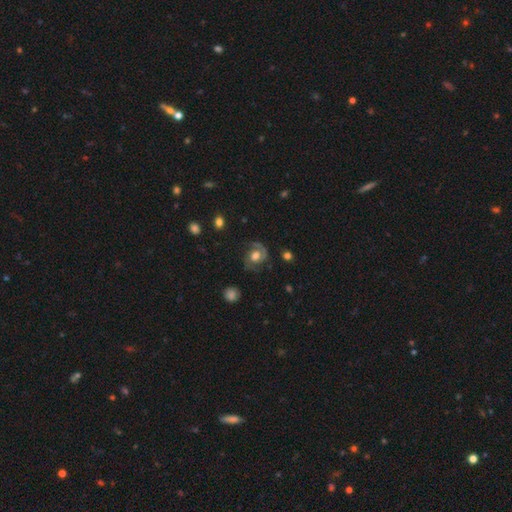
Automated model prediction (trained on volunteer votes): This is likely a featured or disk galaxy (70%). It is clearly not viewed edge-on (98%). Bar: likely no (70%). Spiral arm pattern: clearly yes (89%). Spiral arm count: likely 2 (75%). Spiral winding: possibly medium (47%). Central bulge: possibly moderate (48%). Merging: likely none (67%).